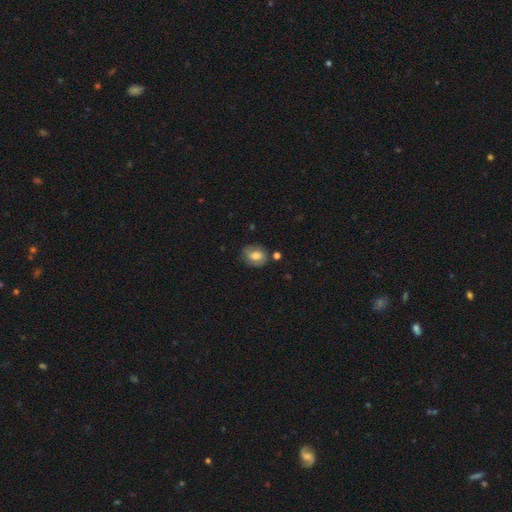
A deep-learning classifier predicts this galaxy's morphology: type=smooth (64%); roundness=in between (60%); merging=none (72%).